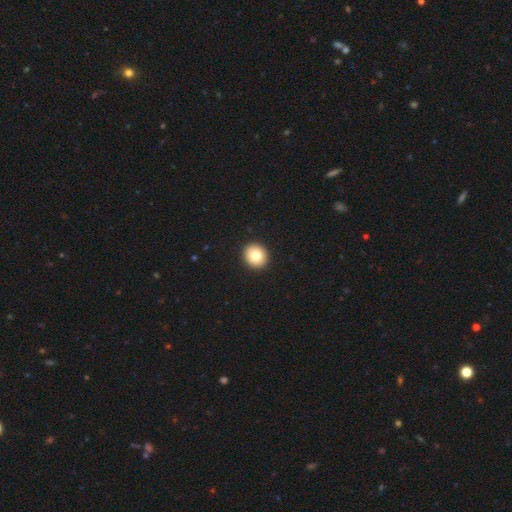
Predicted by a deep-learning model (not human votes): A smooth galaxy with no disk features (80%) that is round (83%). Merging: none (94%).